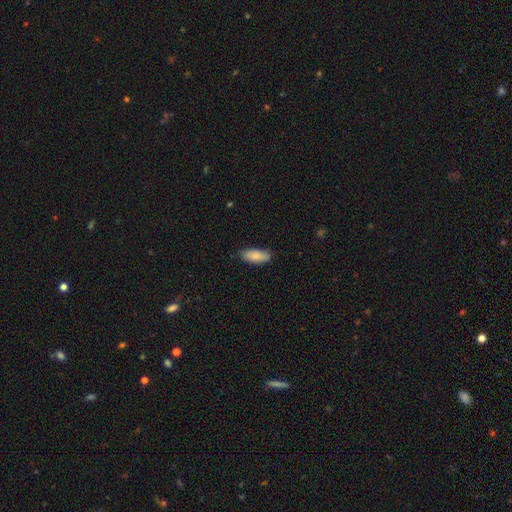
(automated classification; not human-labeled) A smooth galaxy with no disk features (86%) that is in between round and cigar-shaped (81%). Merging: none (81%).